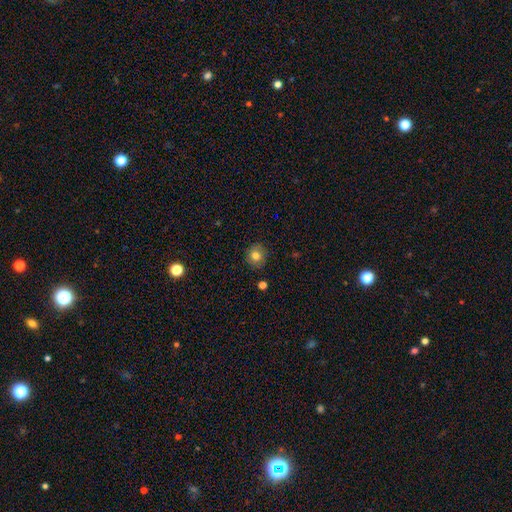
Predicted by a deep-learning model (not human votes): smooth-or-featured: smooth: 78% | featured or disk: 11% | star or artifact: 11%
  how-rounded: round: 84% | in between: 15% | cigar-shaped: 1%
  merging: none: 87% | minor disturbance: 10% | major disturbance: 2% | merger: 1%